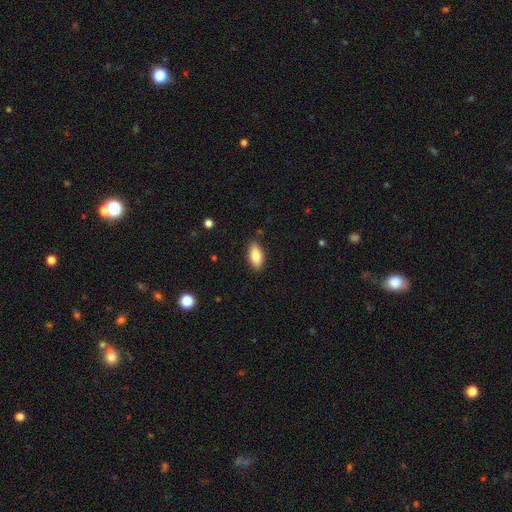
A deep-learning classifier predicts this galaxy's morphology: smooth-or-featured: smooth: 84% | featured or disk: 10% | star or artifact: 7%
  how-rounded: in between: 85% | cigar-shaped: 12% | round: 2%
  merging: none: 86% | minor disturbance: 10% | major disturbance: 2% | merger: 1%